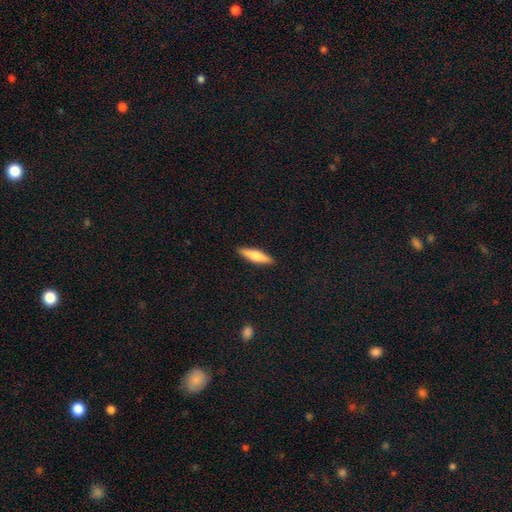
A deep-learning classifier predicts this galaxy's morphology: Smooth or featured? Predicted: smooth (p=0.65). How rounded? Predicted: cigar-shaped (p=0.76). Merging? Predicted: none (p=0.91).